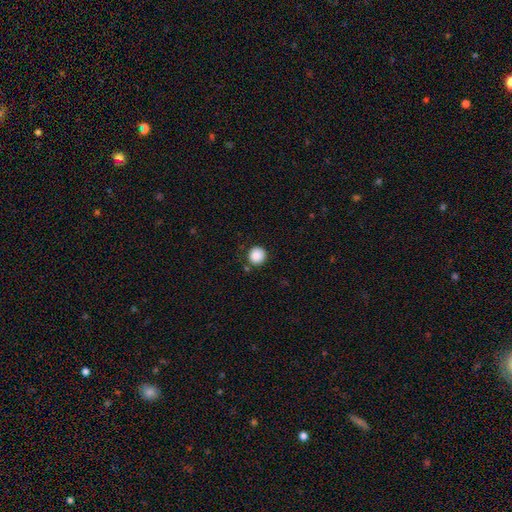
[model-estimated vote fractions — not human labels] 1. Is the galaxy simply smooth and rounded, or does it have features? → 88% smooth, 9% star or artifact, 3% featured or disk.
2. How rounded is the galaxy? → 91% round, 8% in between, 1% cigar-shaped.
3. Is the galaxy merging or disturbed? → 85% none, 9% minor disturbance, 3% merger, 3% major disturbance.